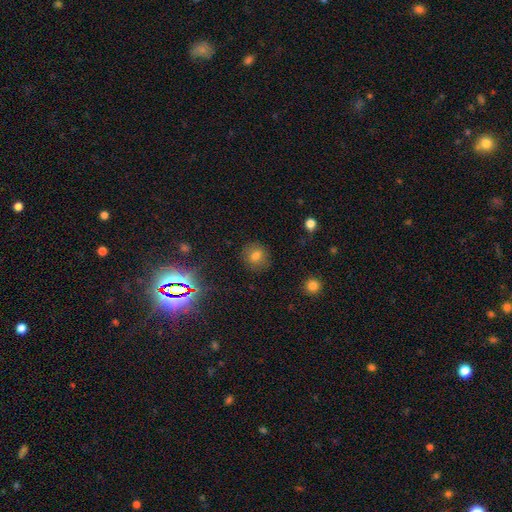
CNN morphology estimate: This is likely a smooth galaxy (74%). How rounded: clearly round (80%). Merging: clearly none (86%).